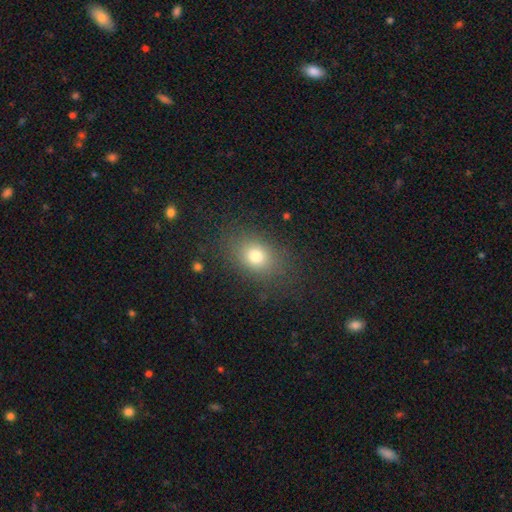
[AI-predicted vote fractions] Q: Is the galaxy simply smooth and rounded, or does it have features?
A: smooth — 75%.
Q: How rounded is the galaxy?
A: in between — 59%.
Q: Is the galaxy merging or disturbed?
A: none — 84%.